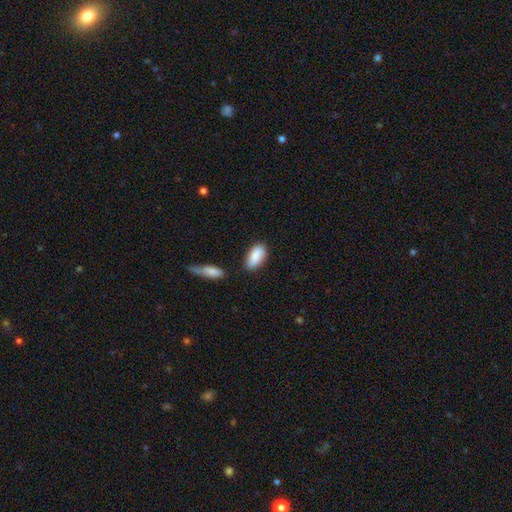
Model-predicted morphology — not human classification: Smooth or featured? Predicted: smooth (p=0.89). How rounded? Predicted: in between (p=0.91). Merging? Predicted: none (p=0.74).